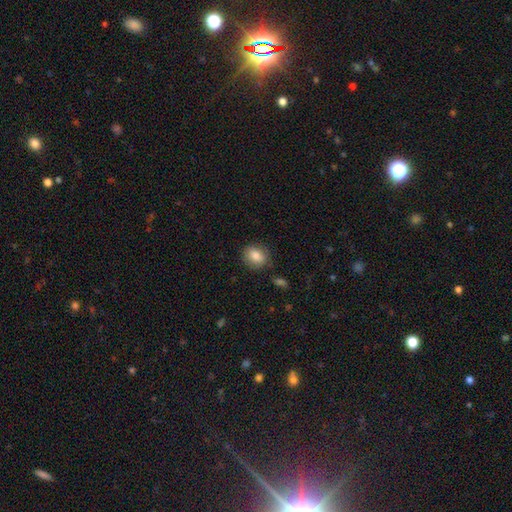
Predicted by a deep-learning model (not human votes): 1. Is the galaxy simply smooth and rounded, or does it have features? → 84% smooth, 8% star or artifact, 7% featured or disk.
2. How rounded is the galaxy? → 58% round, 40% in between, 1% cigar-shaped.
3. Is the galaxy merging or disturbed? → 84% none, 11% minor disturbance, 3% major disturbance, 2% merger.